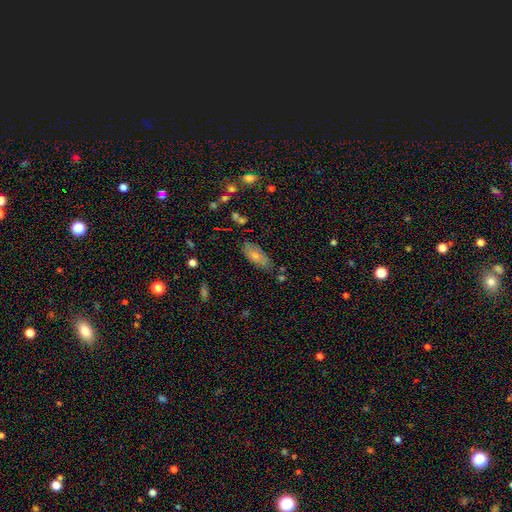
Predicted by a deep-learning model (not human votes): Morphology: type=smooth (68%); roundness=in between (83%); merging=none (68%).